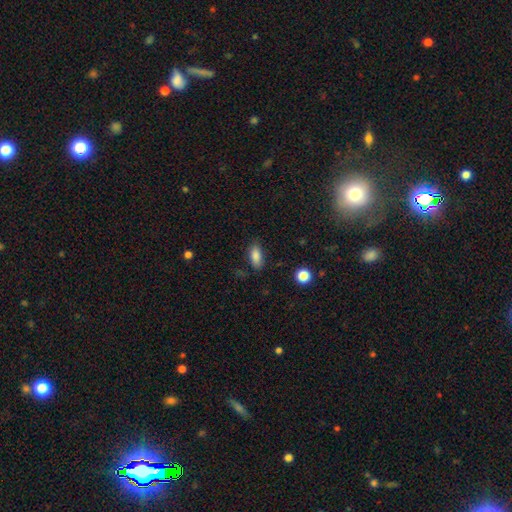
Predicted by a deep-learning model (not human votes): smooth_or_featured: smooth (p=0.85) [alt: star or artifact p=0.09]
how_rounded: in between (p=0.87) [alt: cigar-shaped p=0.09]
merging: none (p=0.82) [alt: minor disturbance p=0.13]